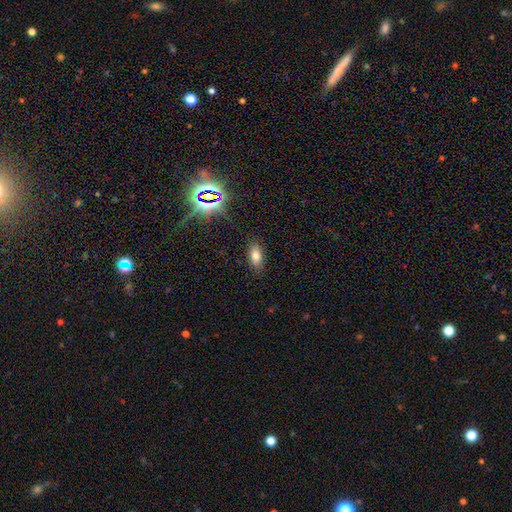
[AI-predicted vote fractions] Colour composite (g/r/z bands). It shows a smooth galaxy with no disk features (75%) that is in between round and cigar-shaped (88%). Merging: none (85%).